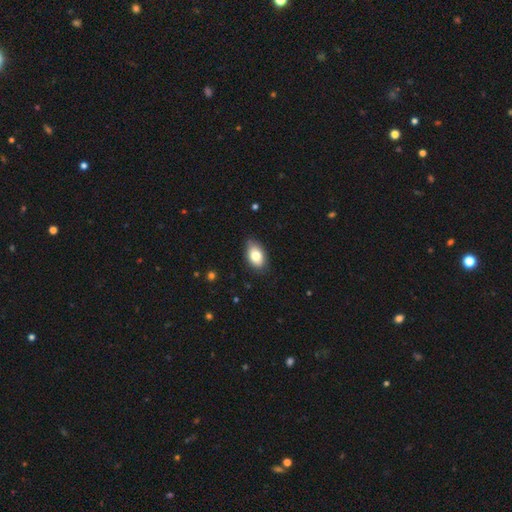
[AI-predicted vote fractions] Smooth or featured? smooth (80%)
How rounded? in between (91%)
Merging? none (82%)